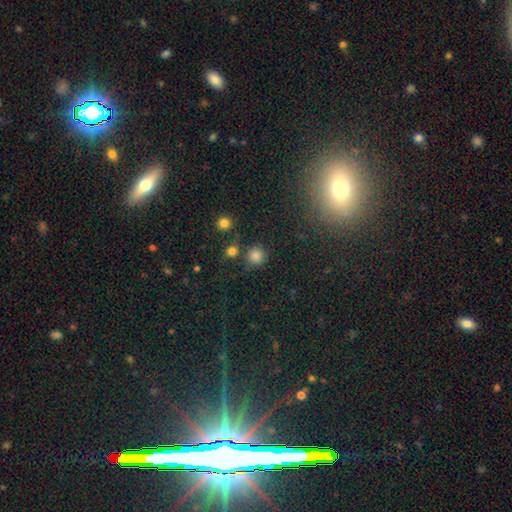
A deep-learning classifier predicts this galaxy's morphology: smooth_or_featured: smooth (p=0.81) [alt: star or artifact p=0.15]
how_rounded: round (p=0.92) [alt: in between p=0.07]
merging: none (p=0.78) [alt: minor disturbance p=0.09]